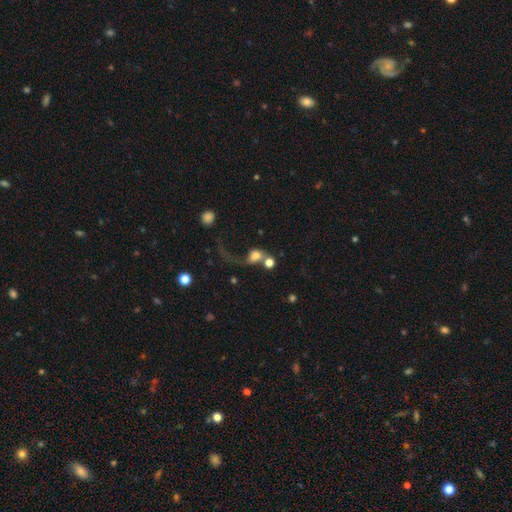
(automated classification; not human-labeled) smooth_or_featured: smooth (p=0.61) [alt: featured or disk p=0.25]
how_rounded: round (p=0.54) [alt: in between p=0.43]
merging: merger (p=0.44) [alt: major disturbance p=0.30]